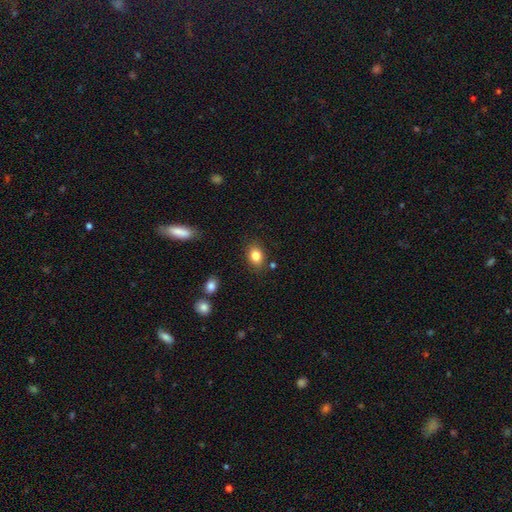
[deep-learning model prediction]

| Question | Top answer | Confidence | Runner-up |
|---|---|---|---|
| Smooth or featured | smooth | 83% | star or artifact (9%) |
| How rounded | in between | 71% | round (27%) |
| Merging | none | 82% | minor disturbance (12%) |